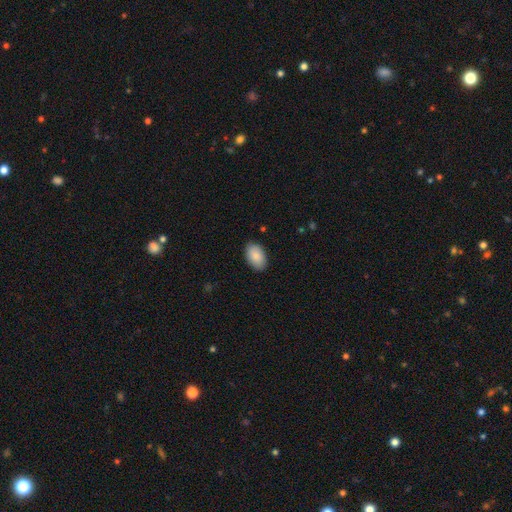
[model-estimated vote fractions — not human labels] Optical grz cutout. It shows a smooth galaxy with no disk features (88%) that is in between round and cigar-shaped (92%). Merging: none (87%).